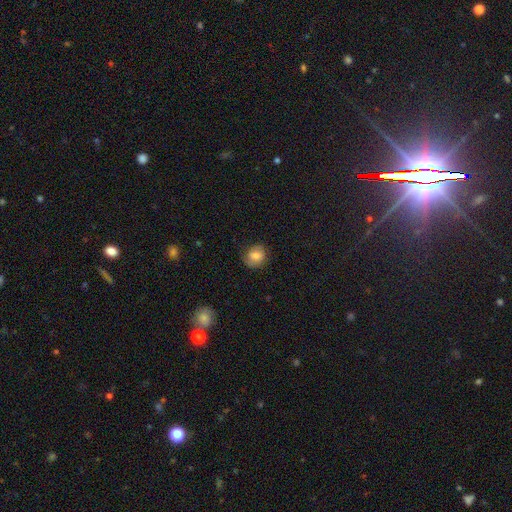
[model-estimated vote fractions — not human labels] Morphology: type=smooth (73%); roundness=round (71%); merging=none (70%).